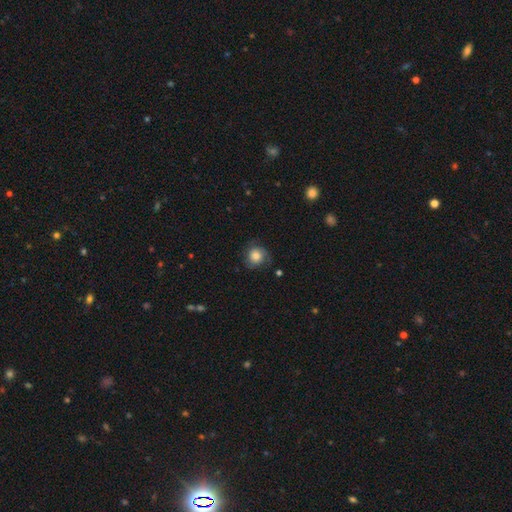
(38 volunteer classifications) This appears to be a smooth galaxy with no disk features (76%) that is round (83%). Merging: none (70%).